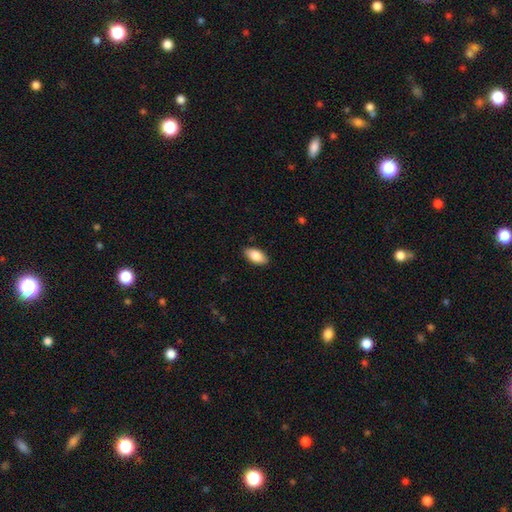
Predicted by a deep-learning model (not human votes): Morphology: type=smooth (85%); roundness=in between (93%); merging=none (87%).